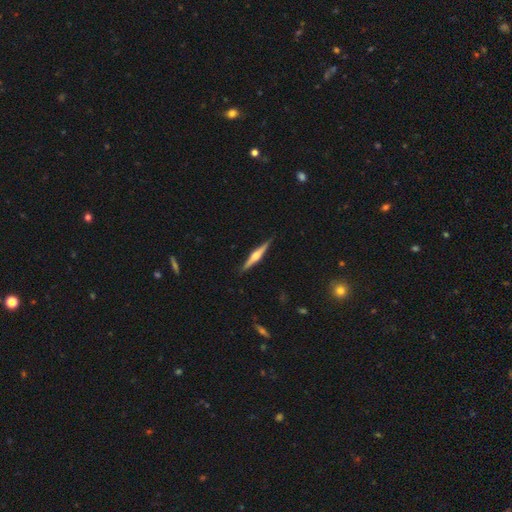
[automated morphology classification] Smooth or featured? featured or disk (75%)
Edge-on disk? yes (98%)
Edge-on bulge? rounded (87%)
Merging? none (90%)